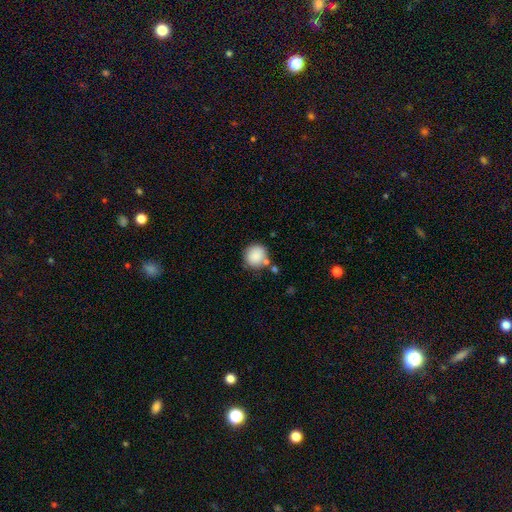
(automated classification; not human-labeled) This appears to be a smooth galaxy with no disk features (87%) that is round (90%). Merging: none (75%).